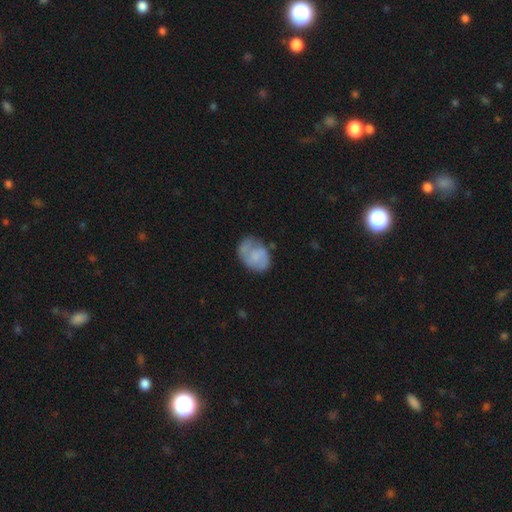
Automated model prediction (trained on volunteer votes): Smooth or featured?
  - smooth: 49% *
  - featured or disk: 44%
  - star or artifact: 8%
Merging?
  - none: 53% *
  - minor disturbance: 29%
  - major disturbance: 14%
  - merger: 4%